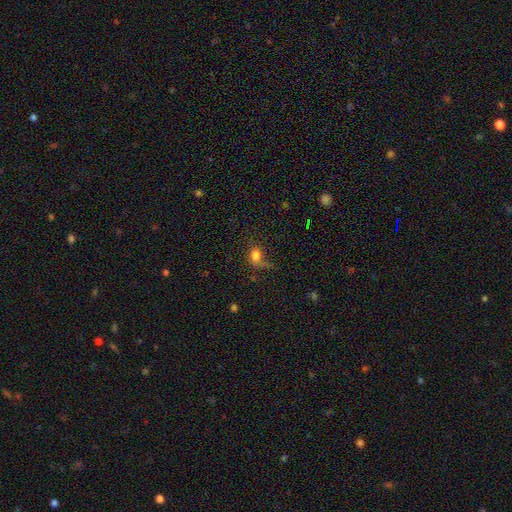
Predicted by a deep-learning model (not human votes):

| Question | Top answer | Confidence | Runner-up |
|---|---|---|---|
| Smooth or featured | smooth | 76% | star or artifact (14%) |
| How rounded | round | 65% | in between (33%) |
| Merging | none | 50% | minor disturbance (23%) |